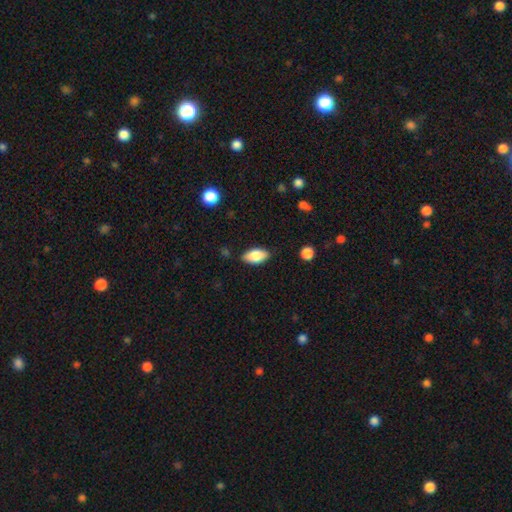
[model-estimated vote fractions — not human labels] smooth_or_featured: smooth (p=0.80) [alt: featured or disk p=0.13]
how_rounded: in between (p=0.91) [alt: cigar-shaped p=0.06]
merging: none (p=0.84) [alt: minor disturbance p=0.12]